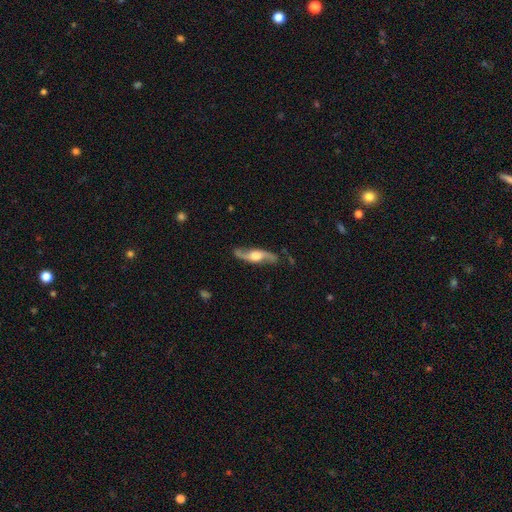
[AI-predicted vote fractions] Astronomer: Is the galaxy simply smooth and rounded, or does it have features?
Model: featured or disk — 84%.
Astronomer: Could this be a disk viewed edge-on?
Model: no — 77%.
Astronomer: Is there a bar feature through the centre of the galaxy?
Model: no — 59%.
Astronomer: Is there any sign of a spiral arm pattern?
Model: yes — 95%.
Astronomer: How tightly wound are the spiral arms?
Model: loose — 67%.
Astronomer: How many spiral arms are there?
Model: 2 — 93%.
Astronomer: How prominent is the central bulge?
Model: moderate — 49% (runner-up: large, 36%).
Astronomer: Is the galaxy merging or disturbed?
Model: none — 81%.